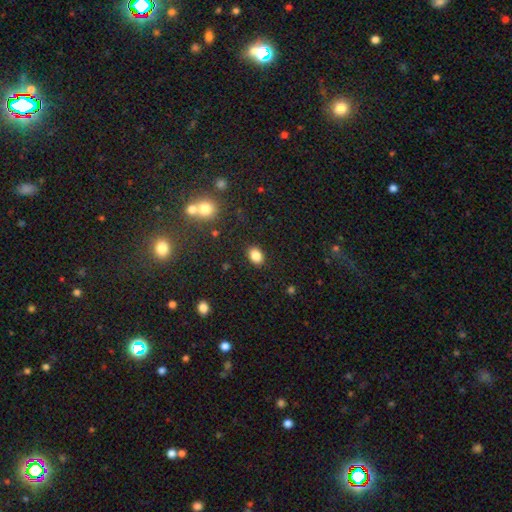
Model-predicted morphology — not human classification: This appears to be a smooth galaxy with no disk features (85%) that is in between round and cigar-shaped (71%). Merging: none (87%).